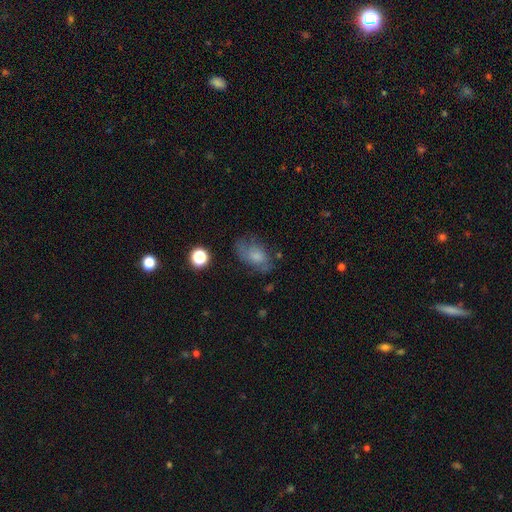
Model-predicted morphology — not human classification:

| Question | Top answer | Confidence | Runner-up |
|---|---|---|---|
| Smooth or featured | smooth | 58% | featured or disk (30%) |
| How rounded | in between | 85% | round (13%) |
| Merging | none | 55% | minor disturbance (26%) |